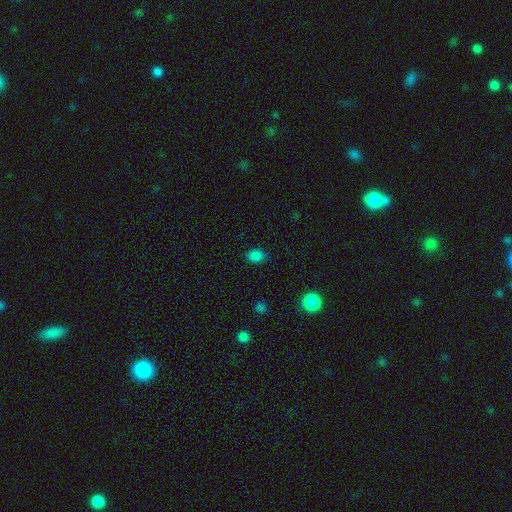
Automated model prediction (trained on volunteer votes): A smooth galaxy with no disk features (81%) that is round (52%).

Vote fractions:
- Smooth or featured? smooth: 81% / star or artifact: 16% / featured or disk: 3%
- How rounded? round: 52% / in between: 47% / cigar-shaped: 1%
- Merging? none: 86% / minor disturbance: 10% / major disturbance: 3% / merger: 1%